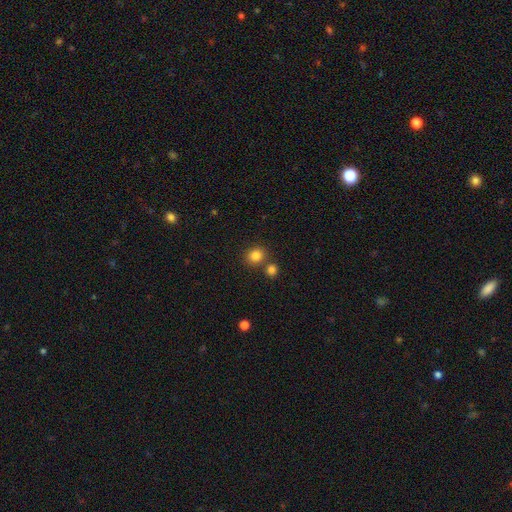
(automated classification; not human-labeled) smooth 83%, star or artifact 12%, featured or disk 5%. Down the decision tree: how rounded — round (81%); merging — none (73%).